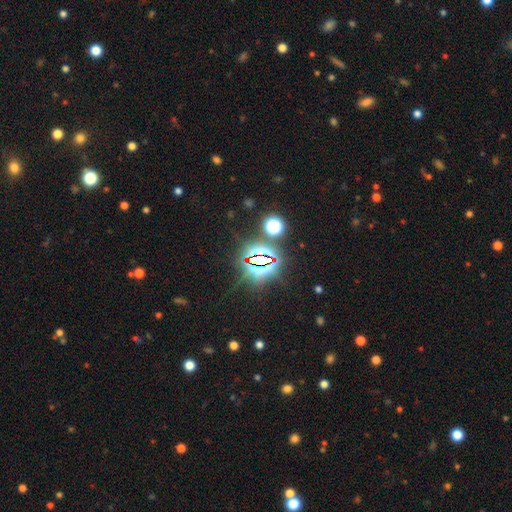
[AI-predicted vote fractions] smooth-or-featured: star or artifact: 82% | smooth: 11% | featured or disk: 7%